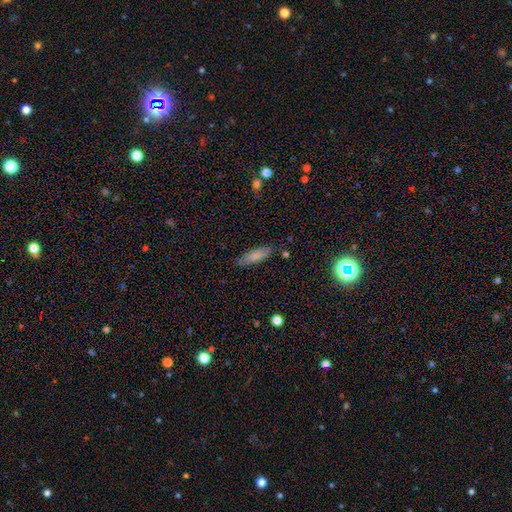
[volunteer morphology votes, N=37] smooth 73%, featured or disk 24%, star or artifact 3%. Down the decision tree: how rounded — in between (74%); merging — none (78%).